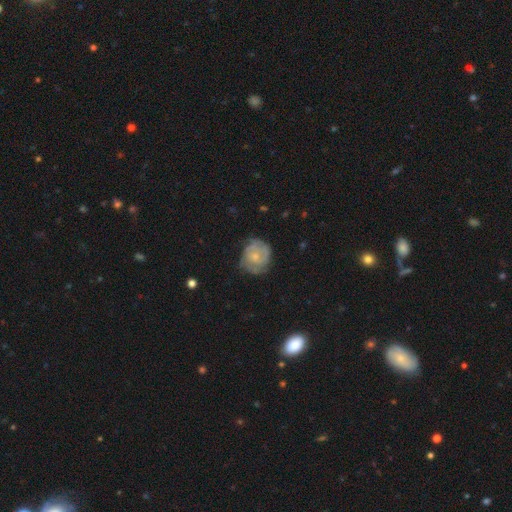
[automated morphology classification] Q: Smooth or featured?
A: featured or disk (61%); runner-up: smooth (32%)
Q: Edge-on disk?
A: no (98%); runner-up: yes (2%)
Q: Bar?
A: no (79%); runner-up: weak (18%)
Q: Spiral arms?
A: yes (80%); runner-up: no (20%)
Q: Bulge size?
A: small (63%); runner-up: moderate (28%)
Q: Merging?
A: none (65%); runner-up: minor disturbance (24%)